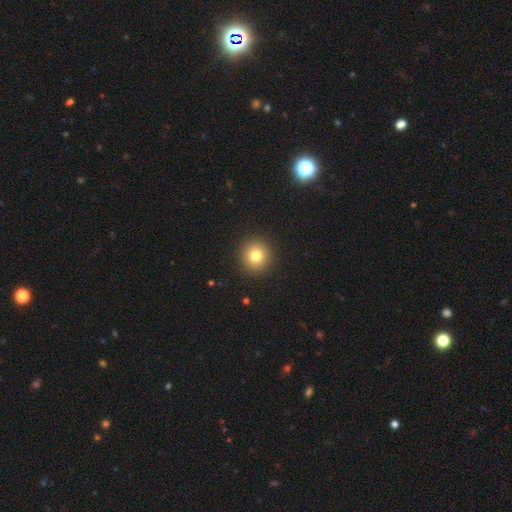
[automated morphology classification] This is clearly a smooth galaxy (80%). How rounded: clearly round (93%). Merging: clearly none (93%).